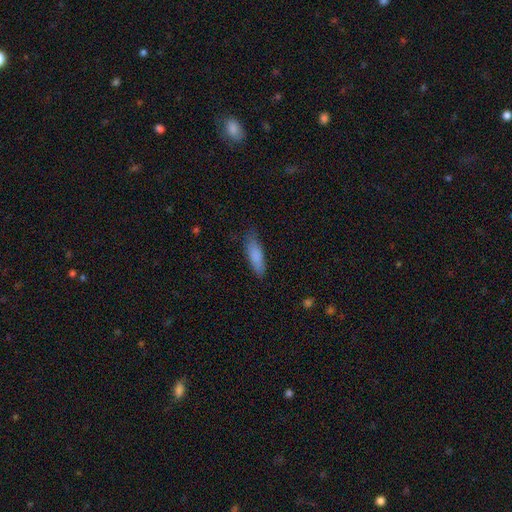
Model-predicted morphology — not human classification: Smooth or featured? smooth (84%)
How rounded? cigar-shaped (57%)
Merging? none (76%)